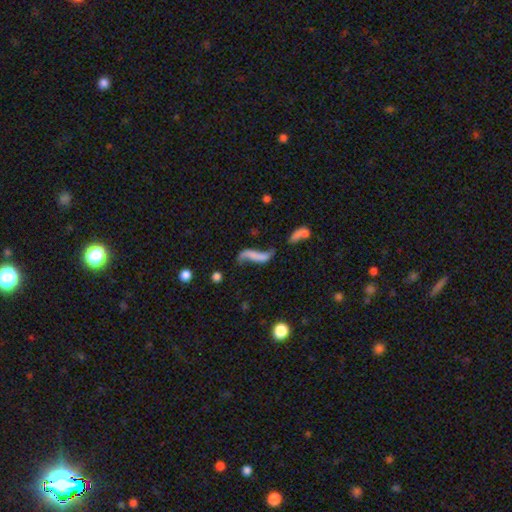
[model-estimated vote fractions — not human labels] Q: Smooth or featured?
A: featured or disk (62%); runner-up: smooth (27%)
Q: Edge-on disk?
A: no (87%); runner-up: yes (13%)
Q: Bar?
A: no (54%); runner-up: weak (25%)
Q: Spiral arms?
A: yes (77%); runner-up: no (23%)
Q: Bulge size?
A: none (69%); runner-up: small (17%)
Q: Merging?
A: none (39%); runner-up: major disturbance (22%)